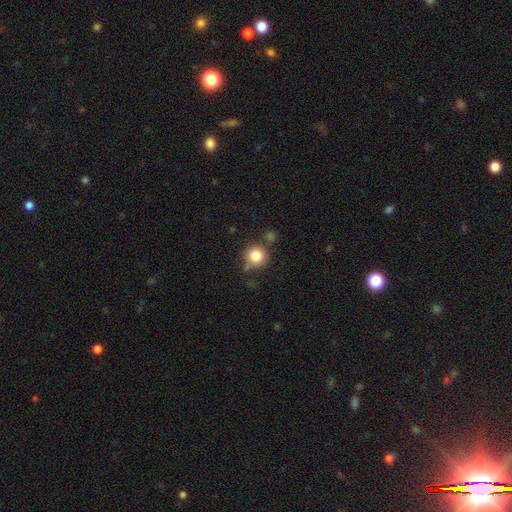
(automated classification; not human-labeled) Smooth or featured? smooth (83%)
How rounded? round (93%)
Merging? none (72%)